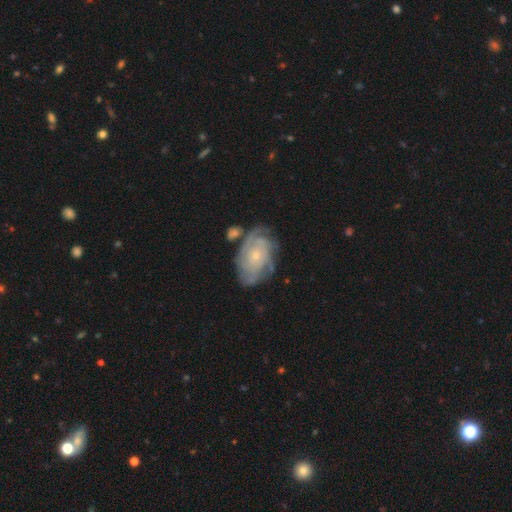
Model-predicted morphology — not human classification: This is likely a featured or disk galaxy (78%). It is clearly not viewed edge-on (96%). Bar: likely no (80%). Spiral arm pattern: clearly yes (91%). Spiral arm count: marginally can't tell (41%). Spiral winding: likely tight (66%). Central bulge: likely small (75%). Merging: likely none (64%).